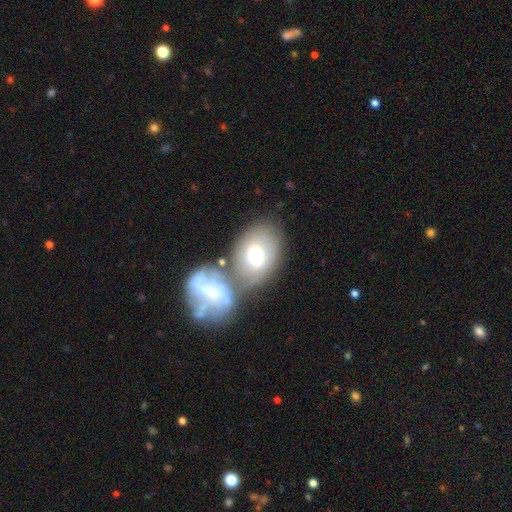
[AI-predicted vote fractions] Smooth or featured: smooth — 56% (featured or disk — 36%)
How rounded: in between — 71% (round — 27%)
Merging: merger — 43% (none — 37%)